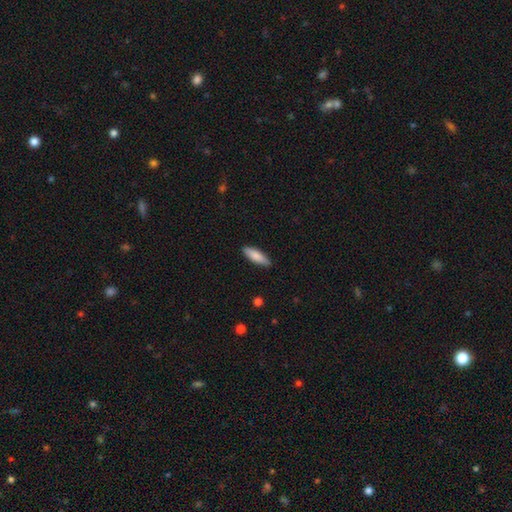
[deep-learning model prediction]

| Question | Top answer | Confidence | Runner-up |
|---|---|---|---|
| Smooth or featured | smooth | 84% | featured or disk (11%) |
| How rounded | cigar-shaped | 52% | in between (46%) |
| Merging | none | 87% | minor disturbance (10%) |